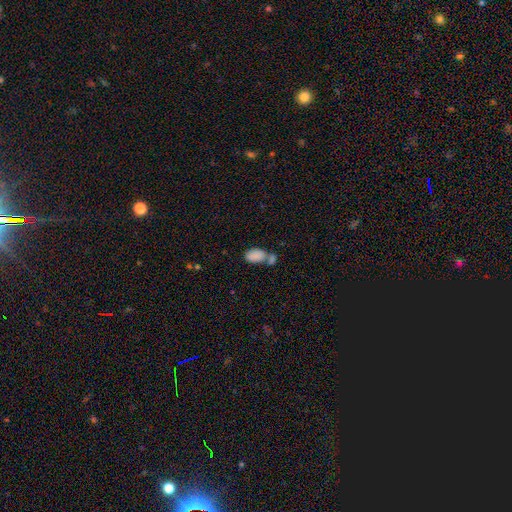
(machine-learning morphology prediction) Smooth or featured? smooth (85%)
How rounded? in between (94%)
Merging? merger (47%)